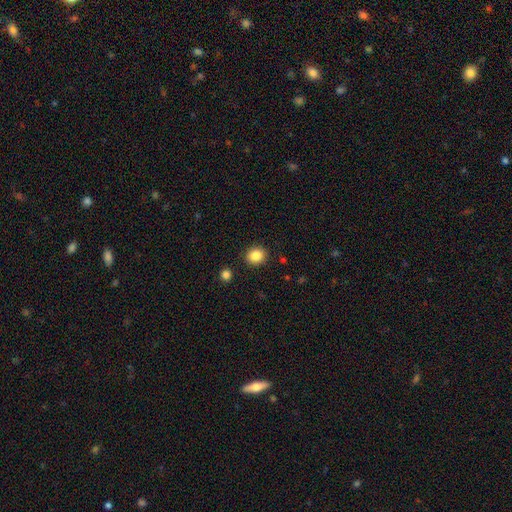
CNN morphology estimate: Smooth or featured: smooth — 86% (star or artifact — 10%)
How rounded: round — 75% (in between — 25%)
Merging: none — 89% (minor disturbance — 7%)